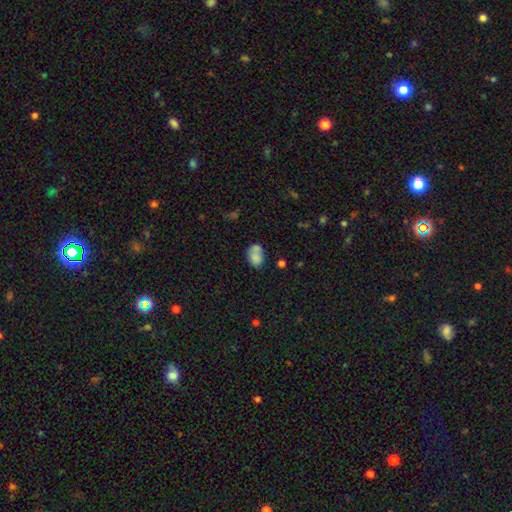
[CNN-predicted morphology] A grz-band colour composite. It shows a smooth galaxy with no disk features (75%) that is in between round and cigar-shaped (71%). Merging: none (40%).